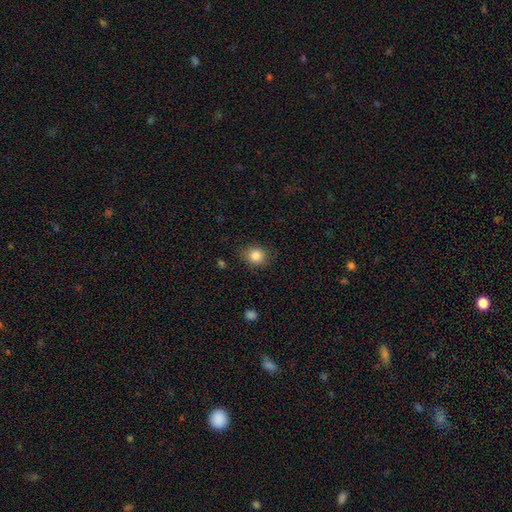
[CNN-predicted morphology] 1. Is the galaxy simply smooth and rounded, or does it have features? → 85% smooth, 10% star or artifact, 5% featured or disk.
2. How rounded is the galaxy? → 76% round, 23% in between, 1% cigar-shaped.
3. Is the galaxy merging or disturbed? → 84% none, 11% minor disturbance, 3% major disturbance, 1% merger.